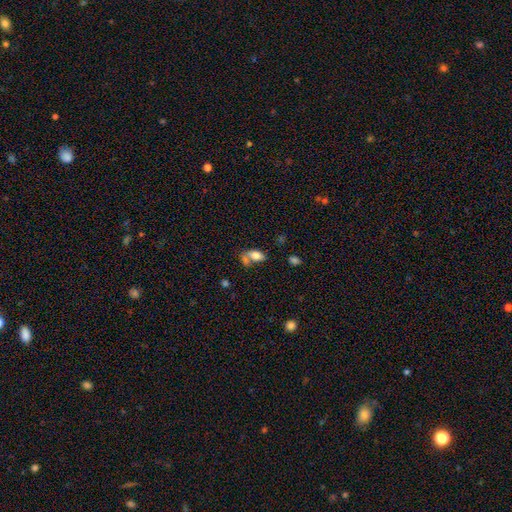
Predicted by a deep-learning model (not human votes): This is likely a smooth galaxy (73%). How rounded: clearly in between (88%). Merging: marginally merger (37%).